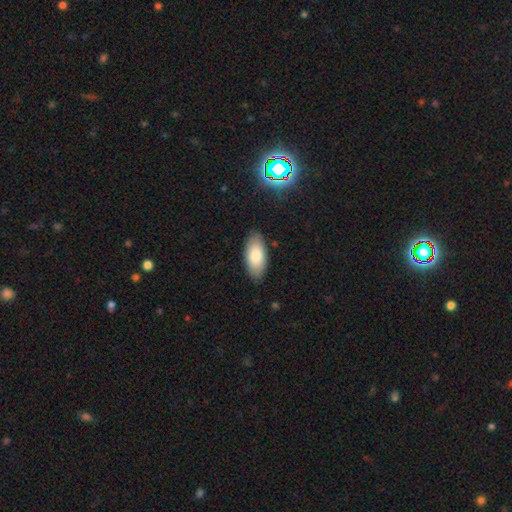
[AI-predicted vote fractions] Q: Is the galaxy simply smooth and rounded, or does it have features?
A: smooth — 81%.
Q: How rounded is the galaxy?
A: in between — 92%.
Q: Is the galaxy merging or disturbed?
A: none — 85%.